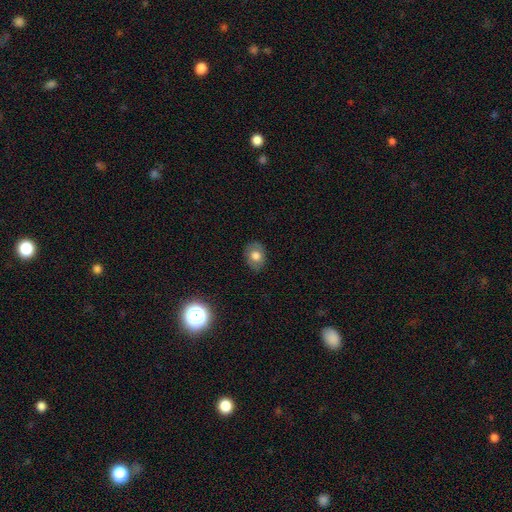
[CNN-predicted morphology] The model was most divided on "how rounded": in between: 58%, round: 41%, cigar-shaped: 1%. More confident: merging — none (82%); smooth or featured — smooth (73%).